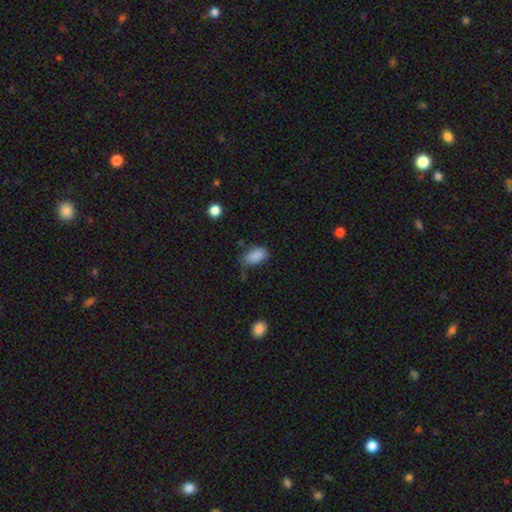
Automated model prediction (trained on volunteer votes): smooth-or-featured: smooth: 86% | star or artifact: 9% | featured or disk: 5%
  how-rounded: in between: 92% | round: 5% | cigar-shaped: 3%
  merging: none: 57% | minor disturbance: 31% | major disturbance: 8% | merger: 4%